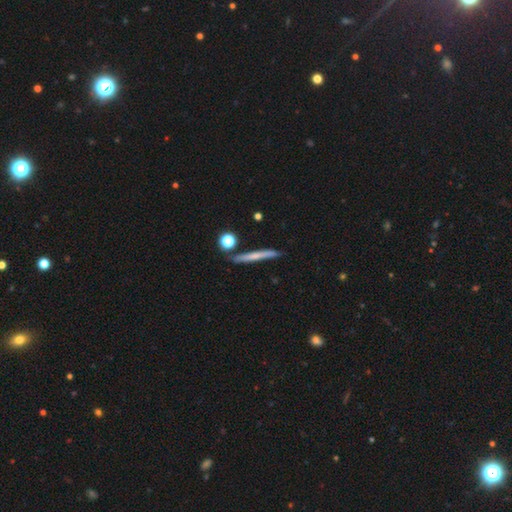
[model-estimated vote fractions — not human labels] smooth 54%, featured or disk 38%, star or artifact 8%. Down the decision tree: how rounded — cigar-shaped (92%); merging — none (84%).